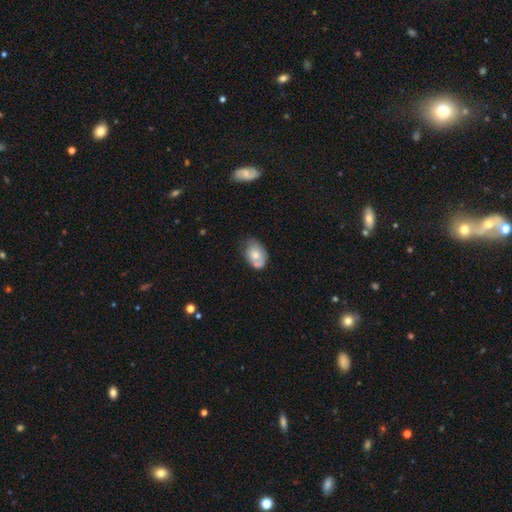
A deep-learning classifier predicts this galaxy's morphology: This is likely a smooth galaxy (68%). How rounded: clearly in between (80%). Merging: marginally none (45%).